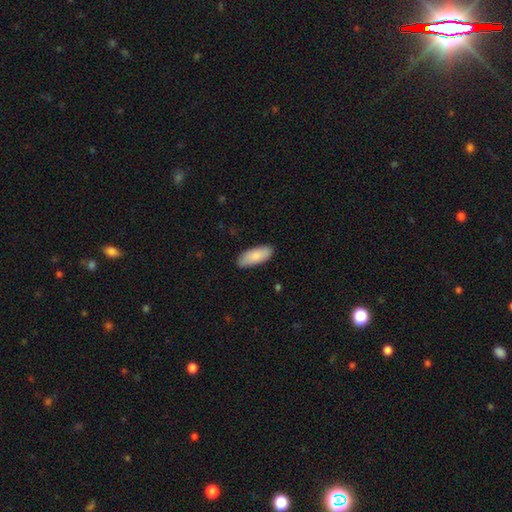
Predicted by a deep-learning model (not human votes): Overall: smooth (86%). How rounded: in between (82%). Merging: none (87%).